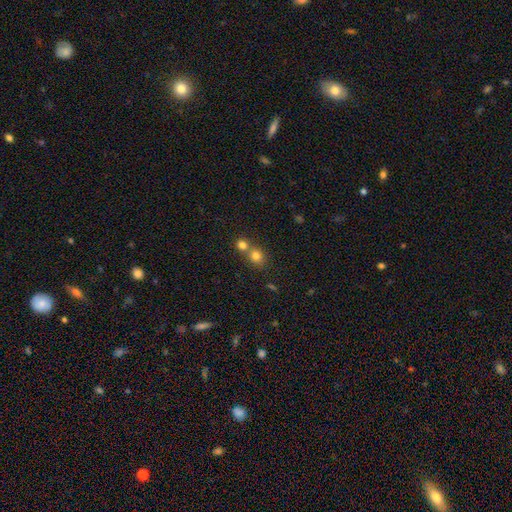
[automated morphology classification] Smooth or featured: smooth — 78% (star or artifact — 13%)
How rounded: round — 76% (in between — 22%)
Merging: merger — 49% (none — 43%)